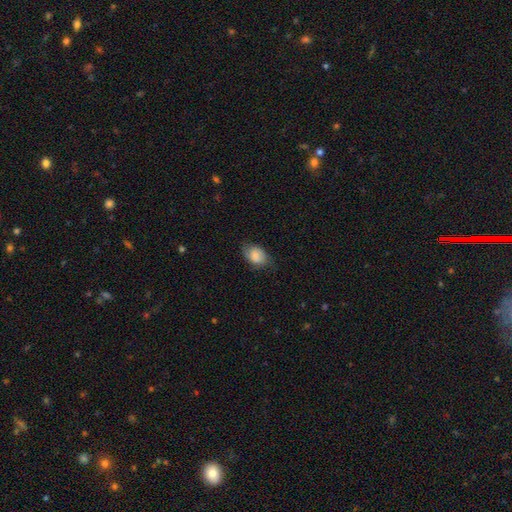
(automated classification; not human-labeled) Q: Smooth or featured?
A: smooth (80%); runner-up: featured or disk (12%)
Q: How rounded?
A: in between (82%); runner-up: round (17%)
Q: Merging?
A: none (67%); runner-up: minor disturbance (25%)